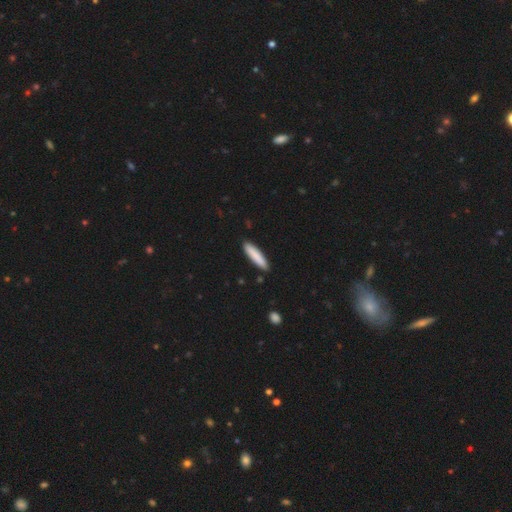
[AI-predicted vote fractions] Smooth or featured: smooth — 85% (featured or disk — 9%)
How rounded: cigar-shaped — 83% (in between — 16%)
Merging: none — 89% (minor disturbance — 8%)